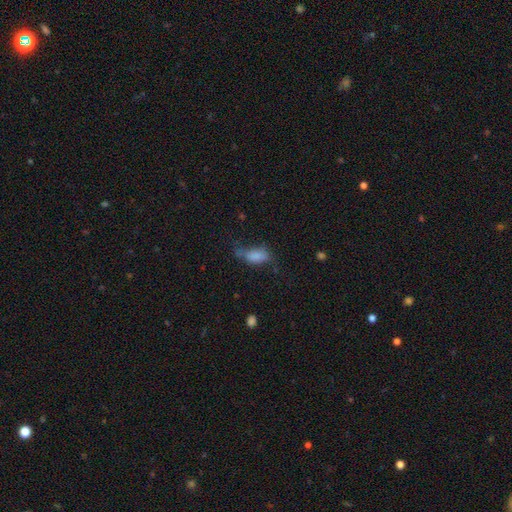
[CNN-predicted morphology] Smooth or featured: smooth — 75% (featured or disk — 14%)
How rounded: in between — 87% (cigar-shaped — 8%)
Merging: none — 34% (tied with minor disturbance — 34%)